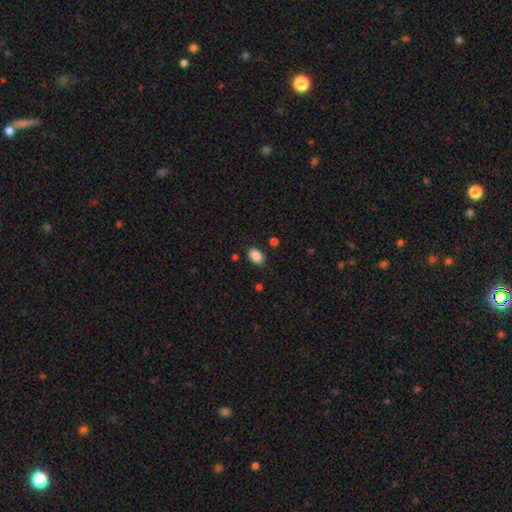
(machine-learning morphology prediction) Smooth or featured? Predicted: smooth (p=0.88). How rounded? Predicted: in between (p=0.86). Merging? Predicted: none (p=0.85).